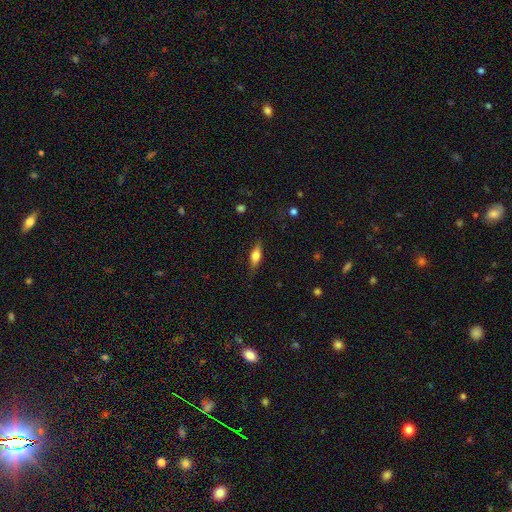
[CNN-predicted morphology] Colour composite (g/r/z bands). It shows a smooth galaxy with no disk features (61%) that is in between round and cigar-shaped (65%). Merging: none (80%).